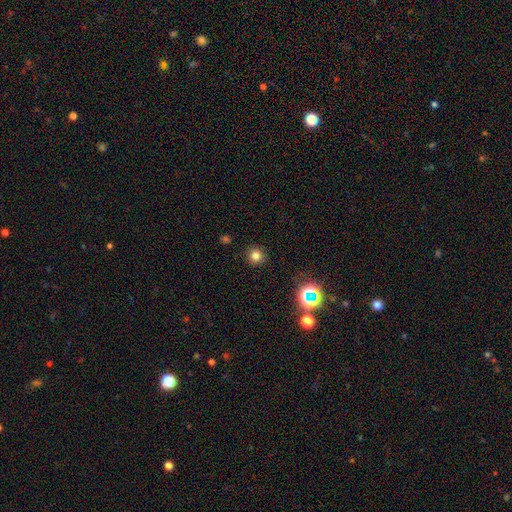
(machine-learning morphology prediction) A smooth galaxy with no disk features (77%) that is round (94%).

Vote fractions:
- Smooth or featured? smooth: 77% / star or artifact: 18% / featured or disk: 6%
- How rounded? round: 94% / in between: 5% / cigar-shaped: 1%
- Merging? none: 91% / minor disturbance: 6% / major disturbance: 2% / merger: 1%